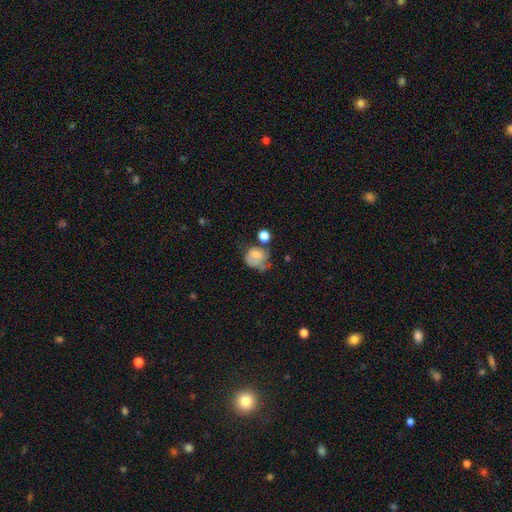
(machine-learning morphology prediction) This appears to be a smooth galaxy with no disk features (66%) that is round (65%). Merging: none (32%).